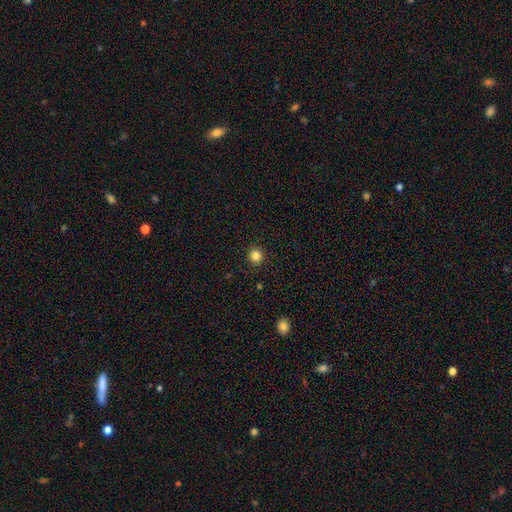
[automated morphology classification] Q: Smooth or featured?
A: smooth (84%); runner-up: star or artifact (12%)
Q: How rounded?
A: round (92%); runner-up: in between (7%)
Q: Merging?
A: none (92%); runner-up: minor disturbance (5%)